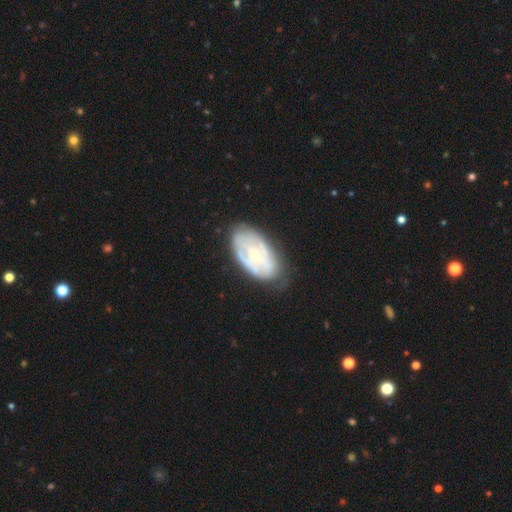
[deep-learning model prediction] featured or disk 68%, smooth 26%, star or artifact 6%. Down the decision tree: edge-on disk — no (94%); bar — no (59%); spiral arms — yes (64%); bulge size — small (68%); merging — none (68%).